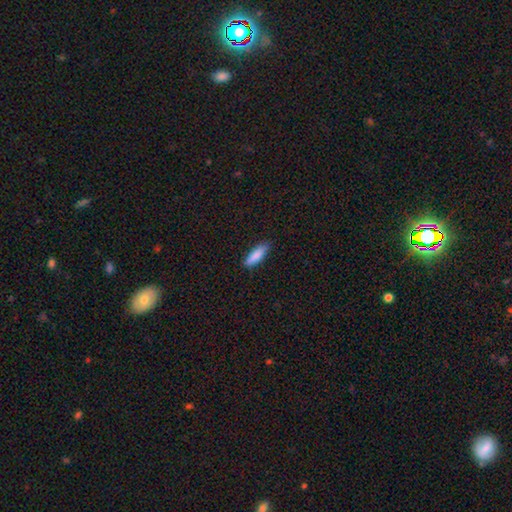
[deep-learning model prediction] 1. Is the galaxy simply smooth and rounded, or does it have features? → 86% smooth, 8% featured or disk, 6% star or artifact.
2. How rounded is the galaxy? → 57% cigar-shaped, 41% in between, 2% round.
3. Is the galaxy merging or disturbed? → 84% none, 13% minor disturbance, 2% major disturbance, 1% merger.